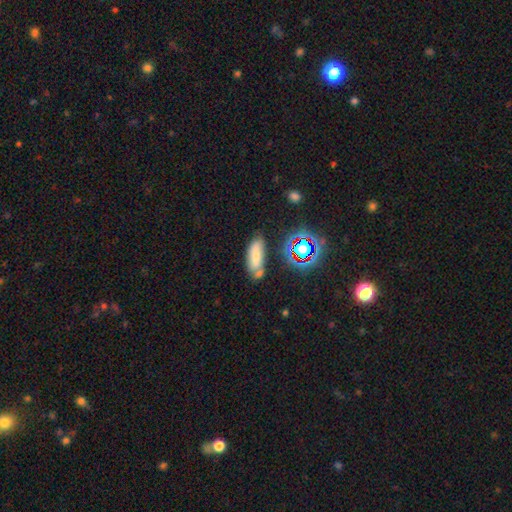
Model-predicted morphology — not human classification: smooth 64%, featured or disk 19%, star or artifact 16%. Down the decision tree: how rounded — in between (70%); merging — none (57%).